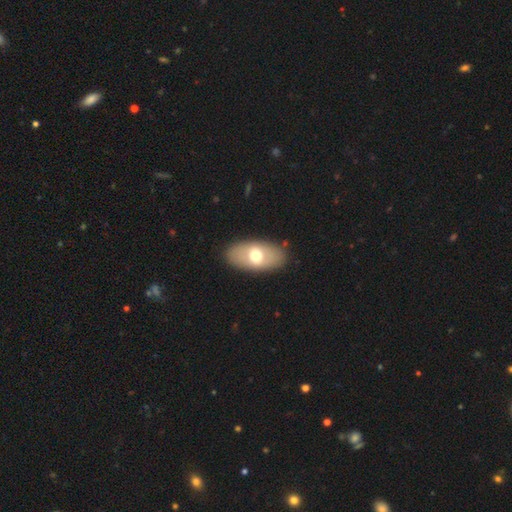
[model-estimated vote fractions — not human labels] The model was most divided on "smooth or featured": smooth: 59%, featured or disk: 35%, star or artifact: 6%. More confident: how rounded — in between (92%); merging — none (86%).